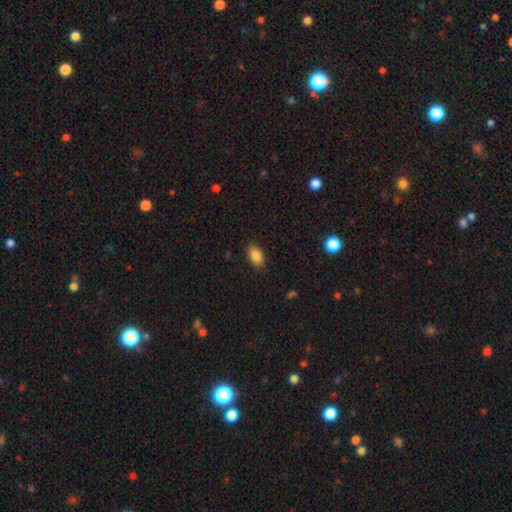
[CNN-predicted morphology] smooth_or_featured: smooth (p=0.87) [alt: star or artifact p=0.08]
how_rounded: in between (p=0.89) [alt: round p=0.09]
merging: none (p=0.87) [alt: minor disturbance p=0.09]